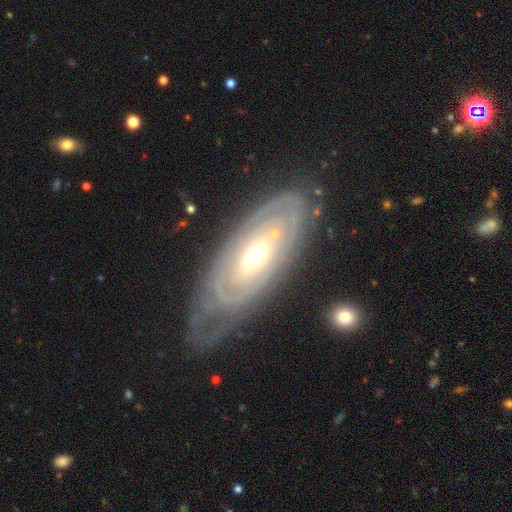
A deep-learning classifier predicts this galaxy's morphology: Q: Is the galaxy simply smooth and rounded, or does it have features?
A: featured or disk — 82%.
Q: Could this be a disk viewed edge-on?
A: no — 90%.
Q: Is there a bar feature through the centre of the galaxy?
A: no — 71%.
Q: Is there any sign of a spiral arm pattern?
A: yes — 80%.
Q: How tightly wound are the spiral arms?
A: tight — 81%.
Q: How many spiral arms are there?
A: can't tell — 61%.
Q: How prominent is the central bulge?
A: moderate — 48%.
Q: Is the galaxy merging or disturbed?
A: none — 68%.